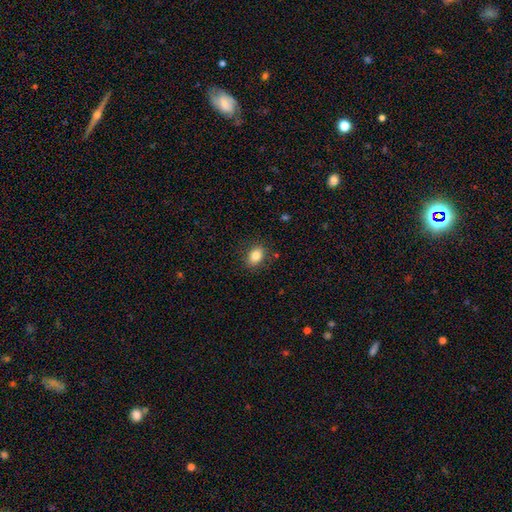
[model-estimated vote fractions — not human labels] smooth 83%, star or artifact 9%, featured or disk 8%. Down the decision tree: how rounded — in between (73%); merging — none (86%).